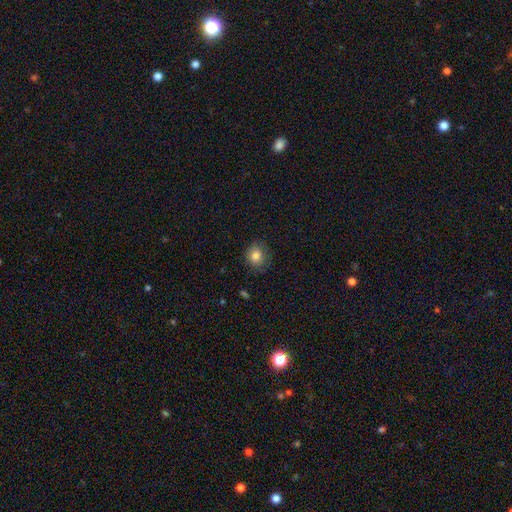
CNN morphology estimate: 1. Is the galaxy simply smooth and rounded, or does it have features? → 82% smooth, 10% star or artifact, 8% featured or disk.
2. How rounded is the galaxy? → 77% round, 22% in between, 1% cigar-shaped.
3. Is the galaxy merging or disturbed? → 78% none, 17% minor disturbance, 4% major disturbance, 1% merger.